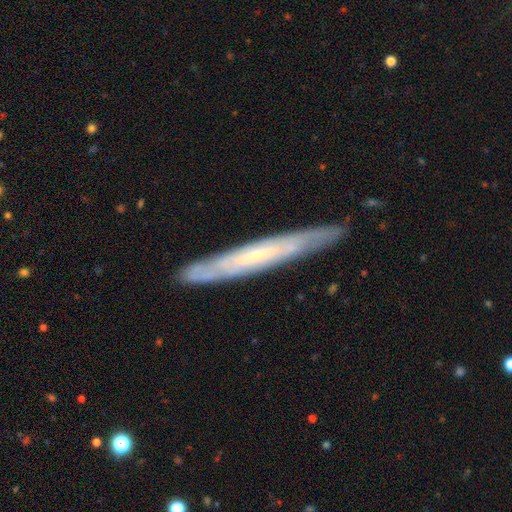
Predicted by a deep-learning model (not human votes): This is likely a featured or disk galaxy (67%). It is likely viewed edge-on (77%). Edge-on bulge: likely none (72%). Merging: clearly none (87%).